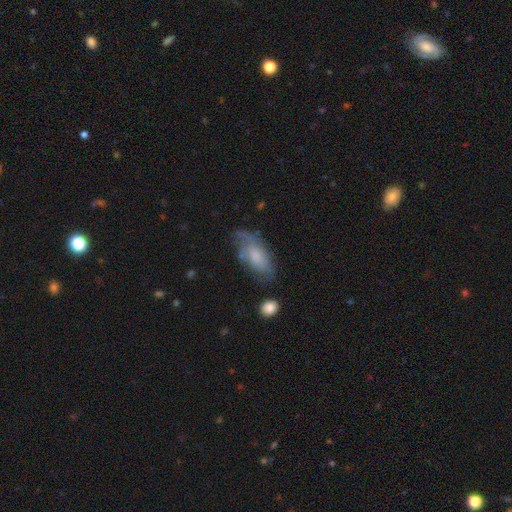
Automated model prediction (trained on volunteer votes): Q: Smooth or featured?
A: smooth (58%); runner-up: featured or disk (35%)
Q: How rounded?
A: in between (88%); runner-up: cigar-shaped (9%)
Q: Merging?
A: none (55%); runner-up: minor disturbance (30%)